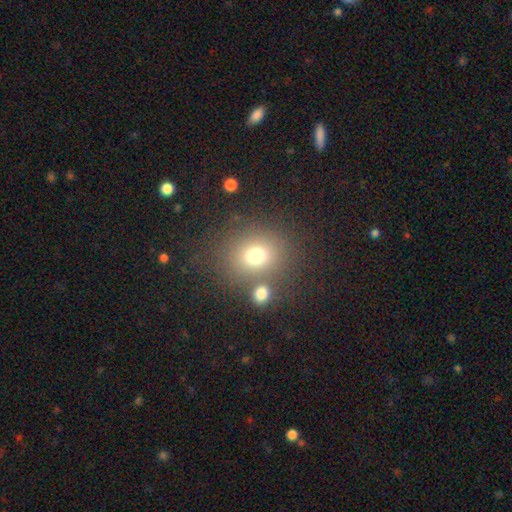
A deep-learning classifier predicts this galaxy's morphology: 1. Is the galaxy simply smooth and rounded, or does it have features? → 74% smooth, 15% star or artifact, 11% featured or disk.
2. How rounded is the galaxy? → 73% round, 26% in between, 1% cigar-shaped.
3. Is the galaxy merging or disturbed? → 69% none, 15% merger, 10% minor disturbance, 6% major disturbance.